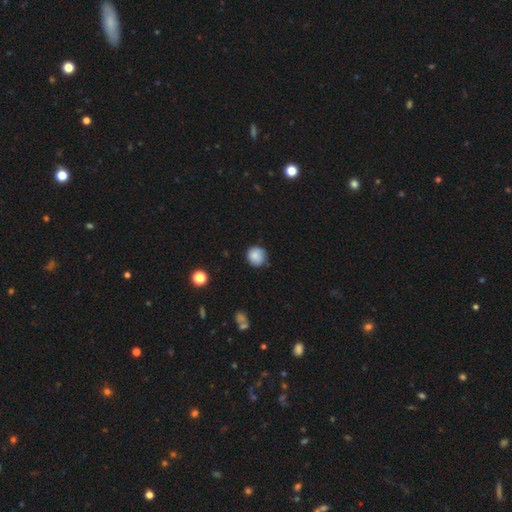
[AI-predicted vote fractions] A smooth galaxy with no disk features (84%) that is round (93%). Merging: none (80%).